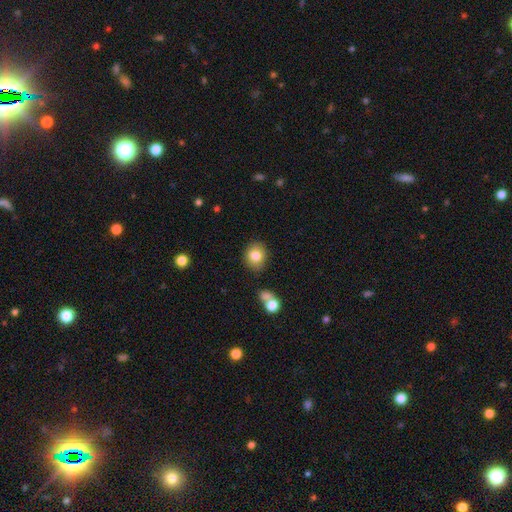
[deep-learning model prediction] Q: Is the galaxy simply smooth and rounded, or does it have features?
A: smooth — 81%.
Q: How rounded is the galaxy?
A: round — 69%.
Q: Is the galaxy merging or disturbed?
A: none — 82%.